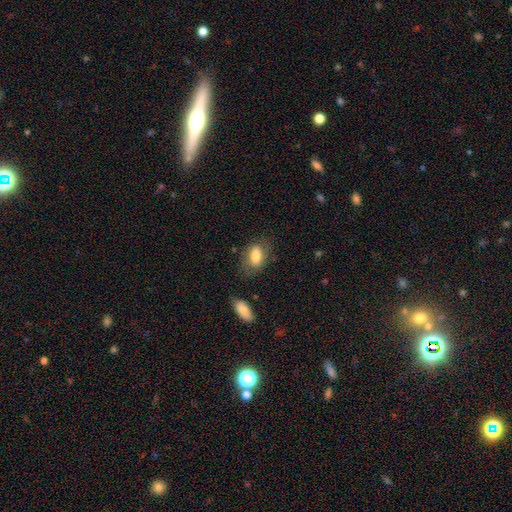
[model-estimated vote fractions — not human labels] smooth-or-featured: smooth: 76% | featured or disk: 18% | star or artifact: 7%
  how-rounded: in between: 90% | round: 5% | cigar-shaped: 5%
  merging: none: 65% | minor disturbance: 21% | major disturbance: 10% | merger: 4%